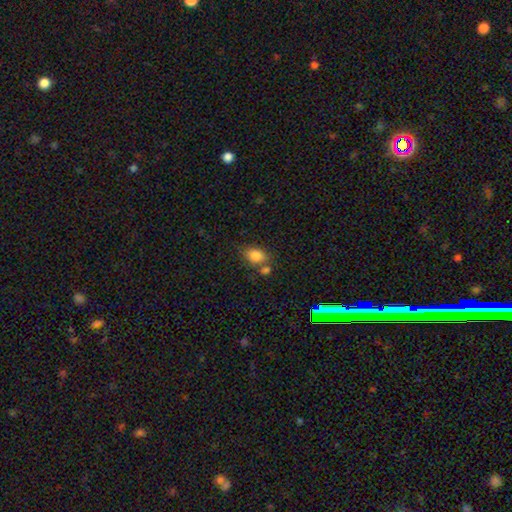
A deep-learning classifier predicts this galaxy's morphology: This is clearly a smooth galaxy (82%). How rounded: likely in between (79%). Merging: possibly none (59%).